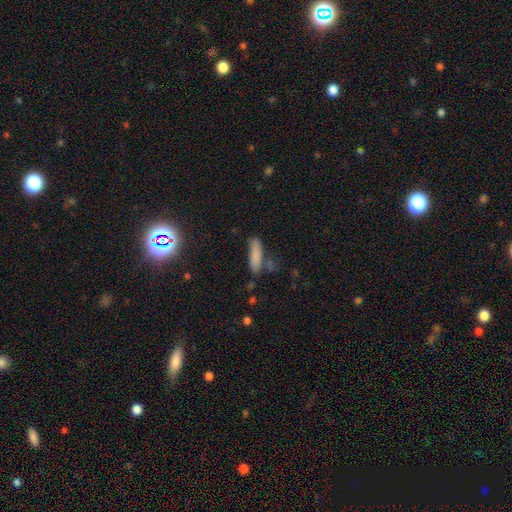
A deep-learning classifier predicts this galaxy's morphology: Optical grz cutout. It shows a smooth galaxy with no disk features (83%) that is cigar-shaped (62%). Merging: none (68%).